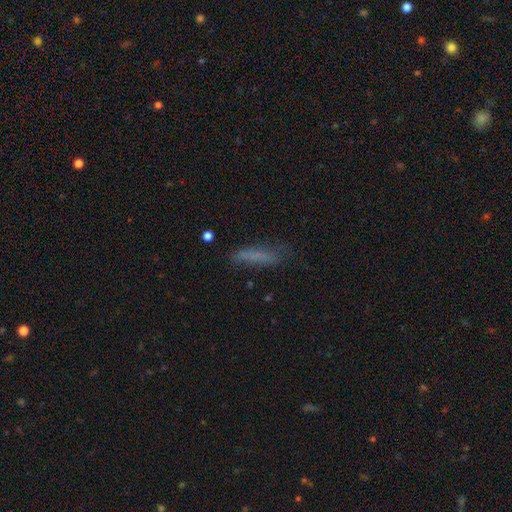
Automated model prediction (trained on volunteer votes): Smooth or featured? smooth (69%)
How rounded? cigar-shaped (82%)
Merging? none (66%)